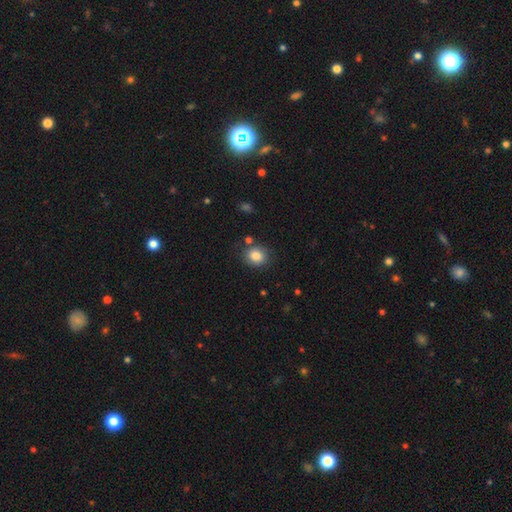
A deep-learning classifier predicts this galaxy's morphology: Smooth or featured? Predicted: smooth (p=0.84). How rounded? Predicted: round (p=0.67). Merging? Predicted: none (p=0.79).